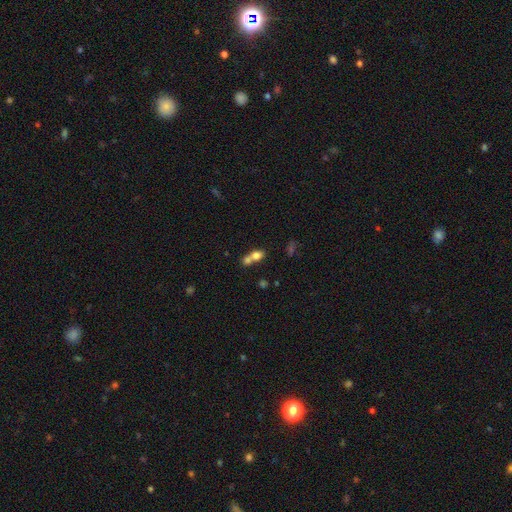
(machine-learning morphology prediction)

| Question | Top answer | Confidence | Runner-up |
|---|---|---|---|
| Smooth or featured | smooth | 73% | featured or disk (15%) |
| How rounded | in between | 52% | round (45%) |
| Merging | merger | 66% | none (24%) |